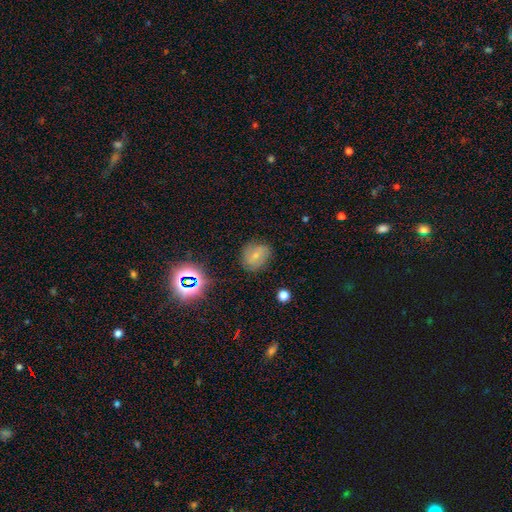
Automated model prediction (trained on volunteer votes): smooth_or_featured: smooth (p=0.56) [alt: featured or disk p=0.27]
how_rounded: round (p=0.67) [alt: in between p=0.31]
merging: none (p=0.74) [alt: minor disturbance p=0.18]